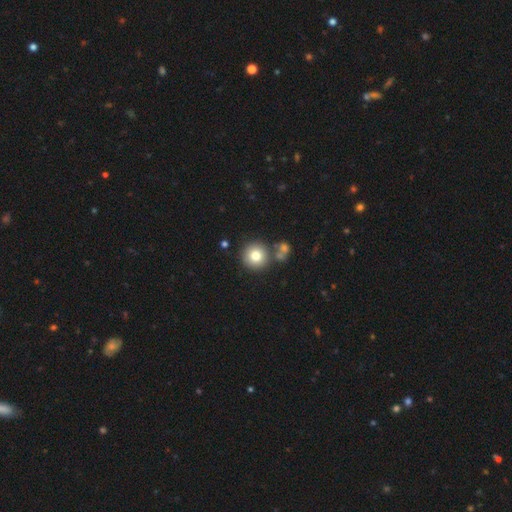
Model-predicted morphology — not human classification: smooth_or_featured: smooth (p=0.77) [alt: featured or disk p=0.12]
how_rounded: round (p=0.94) [alt: in between p=0.05]
merging: none (p=0.75) [alt: merger p=0.13]